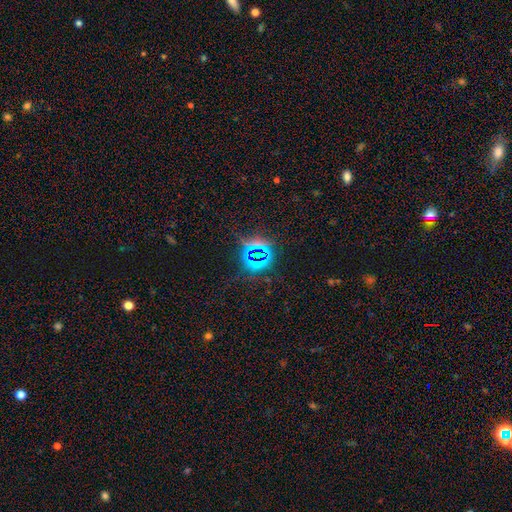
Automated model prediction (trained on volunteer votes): star or artifact 79%, smooth 13%, featured or disk 8%.